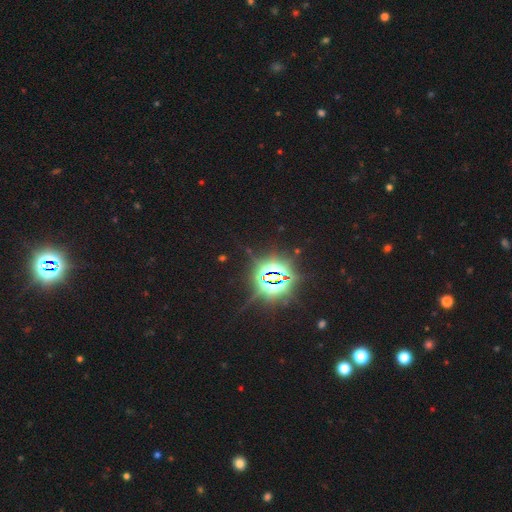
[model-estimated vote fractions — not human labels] This is clearly a star or artifact rather than a galaxy (84%).